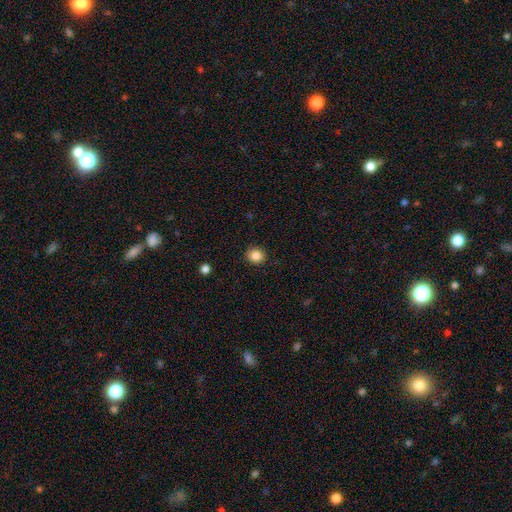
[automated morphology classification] Overall: smooth (86%). How rounded: round (87%). Merging: none (91%).